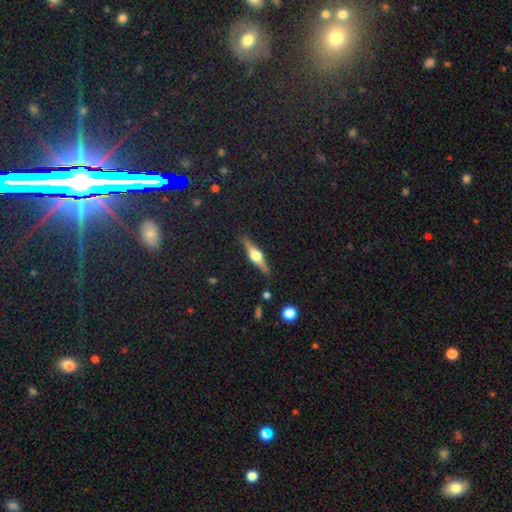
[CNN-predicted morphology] The model was most divided on "smooth or featured": featured or disk: 75%, smooth: 19%, star or artifact: 6%. More confident: edge-on disk — yes (97%); edge-on bulge — rounded (94%); merging — none (89%).